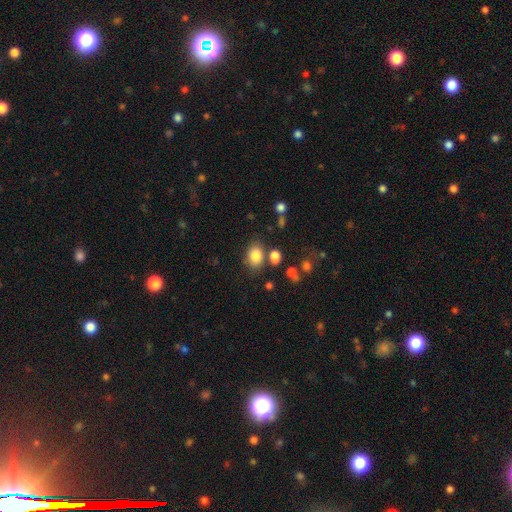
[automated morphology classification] The model was most divided on "how rounded": in between: 75%, round: 24%, cigar-shaped: 1%. More confident: smooth or featured — smooth (83%); merging — none (69%).